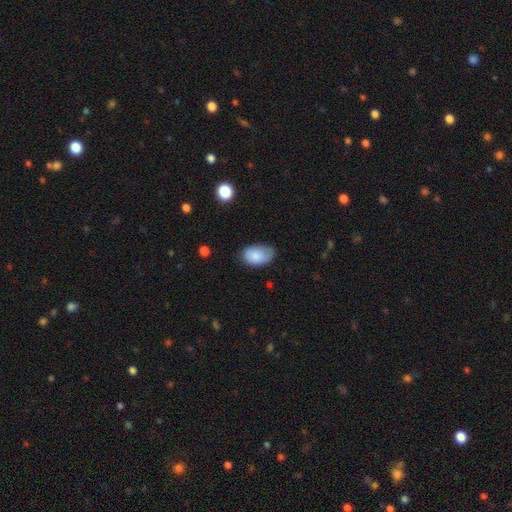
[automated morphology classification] Smooth or featured? Predicted: smooth (p=0.79). How rounded? Predicted: in between (p=0.91). Merging? Predicted: none (p=0.61).